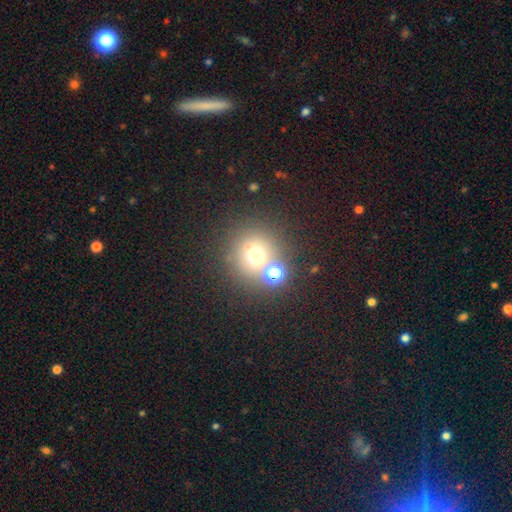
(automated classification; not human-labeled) Morphology: type=smooth (63%); roundness=round (91%); merging=none (66%).